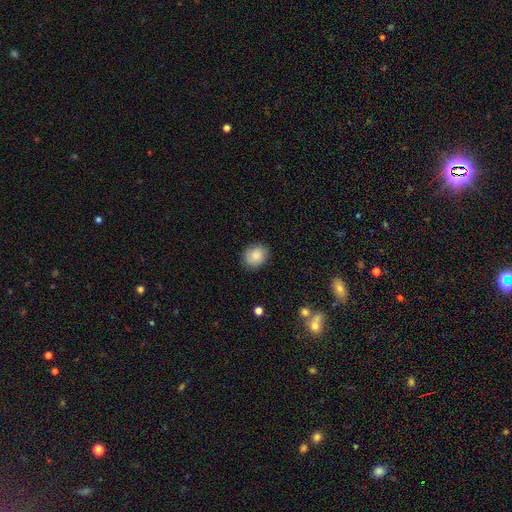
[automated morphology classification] smooth-or-featured: smooth: 86% | star or artifact: 8% | featured or disk: 6%
  how-rounded: round: 66% | in between: 33% | cigar-shaped: 1%
  merging: none: 86% | minor disturbance: 11% | major disturbance: 2% | merger: 1%